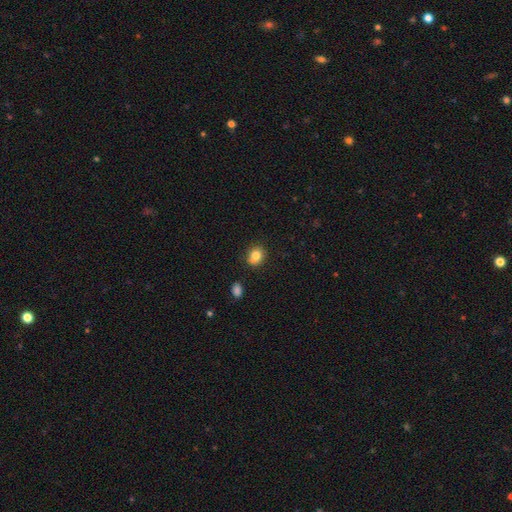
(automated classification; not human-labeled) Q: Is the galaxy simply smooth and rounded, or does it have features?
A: smooth — 80%.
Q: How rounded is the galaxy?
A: round — 66%.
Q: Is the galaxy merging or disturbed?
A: none — 77%.